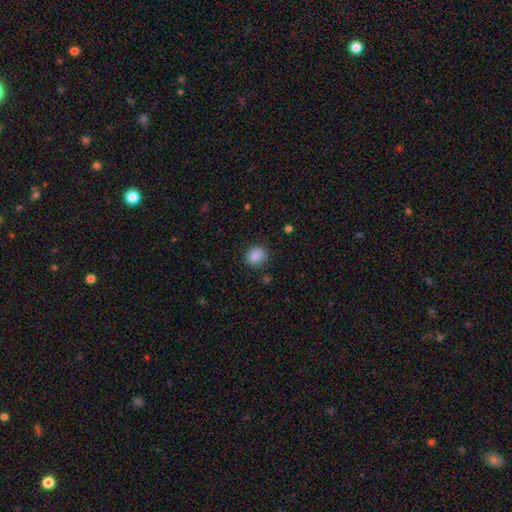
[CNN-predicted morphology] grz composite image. It shows a smooth galaxy with no disk features (87%) that is round (73%). Merging: none (82%).